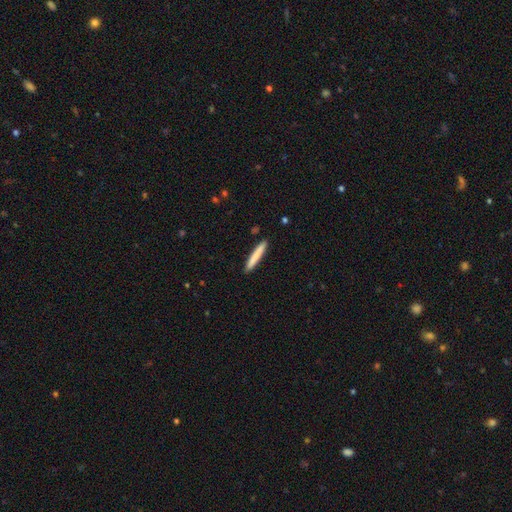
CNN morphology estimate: A smooth galaxy with no disk features (80%) that is cigar-shaped (95%). Merging: none (91%).